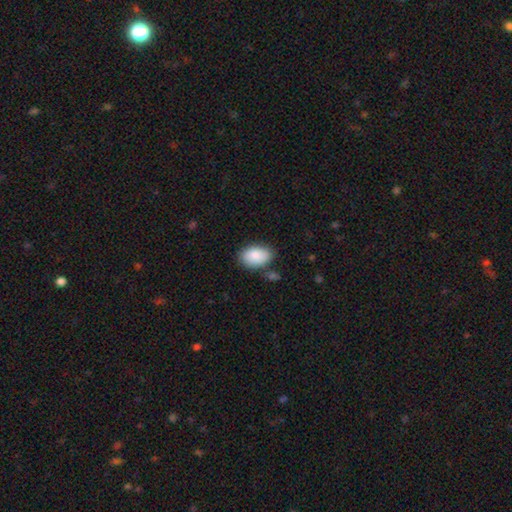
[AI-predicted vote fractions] Q: Smooth or featured?
A: smooth (86%); runner-up: featured or disk (8%)
Q: How rounded?
A: in between (91%); runner-up: round (8%)
Q: Merging?
A: none (75%); runner-up: minor disturbance (16%)